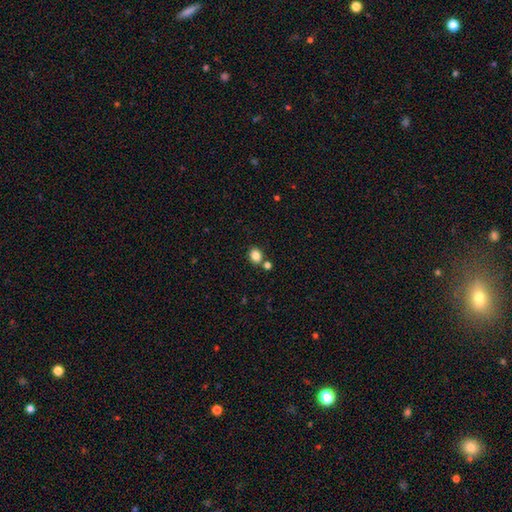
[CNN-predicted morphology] Smooth or featured?
  - smooth: 85% *
  - star or artifact: 10%
  - featured or disk: 5%
How rounded?
  - round: 59% *
  - in between: 40%
  - cigar-shaped: 1%
Merging?
  - none: 74% *
  - merger: 14%
  - minor disturbance: 10%
  - major disturbance: 3%